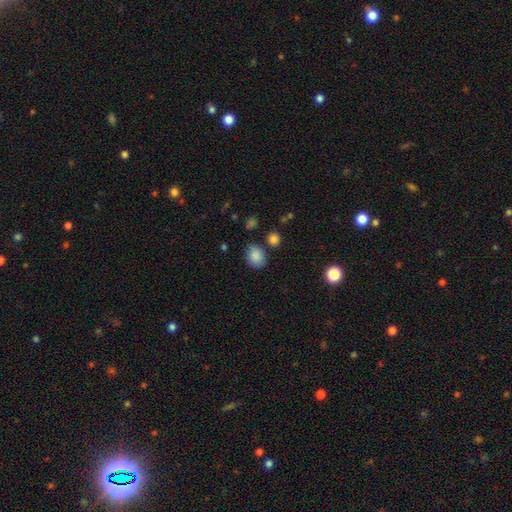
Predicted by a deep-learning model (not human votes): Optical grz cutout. It shows a smooth galaxy with no disk features (86%) that is in between round and cigar-shaped (55%). Merging: none (74%).